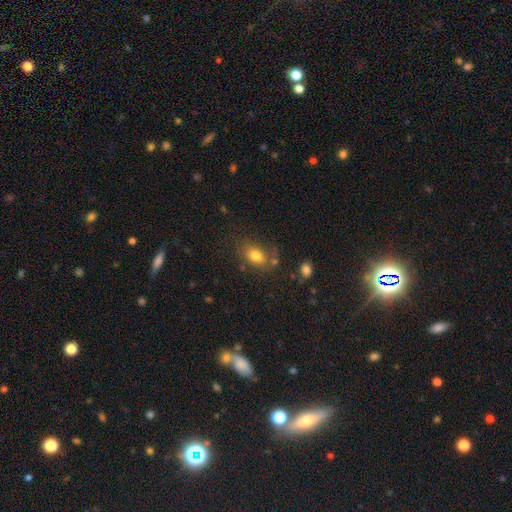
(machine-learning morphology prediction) Smooth or featured? smooth (78%)
How rounded? in between (82%)
Merging? none (62%)